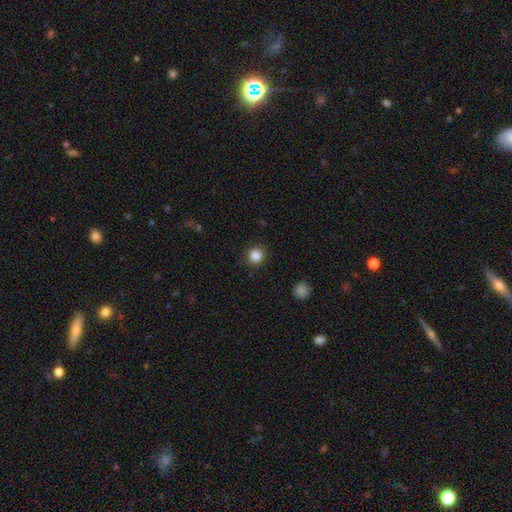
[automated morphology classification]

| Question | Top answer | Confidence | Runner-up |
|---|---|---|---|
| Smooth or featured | smooth | 85% | star or artifact (11%) |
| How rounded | round | 90% | in between (9%) |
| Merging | none | 89% | minor disturbance (7%) |